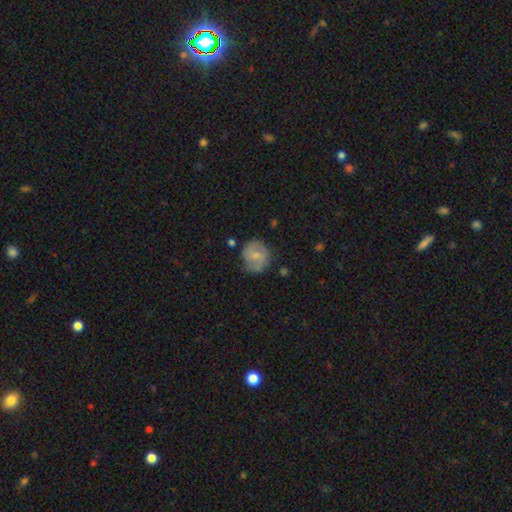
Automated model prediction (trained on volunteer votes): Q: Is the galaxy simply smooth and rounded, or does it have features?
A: smooth — 50%.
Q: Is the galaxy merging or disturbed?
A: none — 66%.